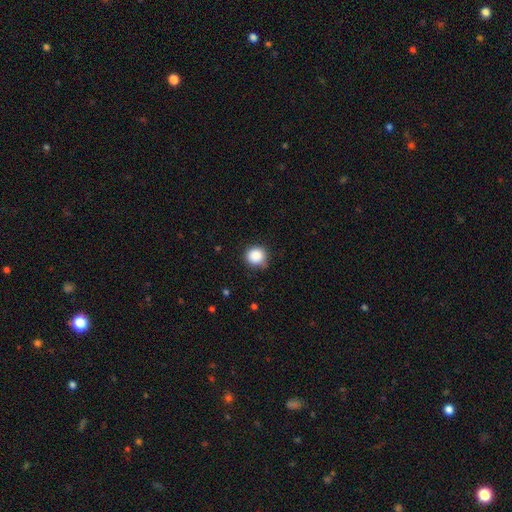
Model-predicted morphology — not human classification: smooth-or-featured: smooth: 88% | star or artifact: 9% | featured or disk: 3%
  how-rounded: round: 91% | in between: 8% | cigar-shaped: 1%
  merging: none: 81% | minor disturbance: 15% | major disturbance: 3% | merger: 1%